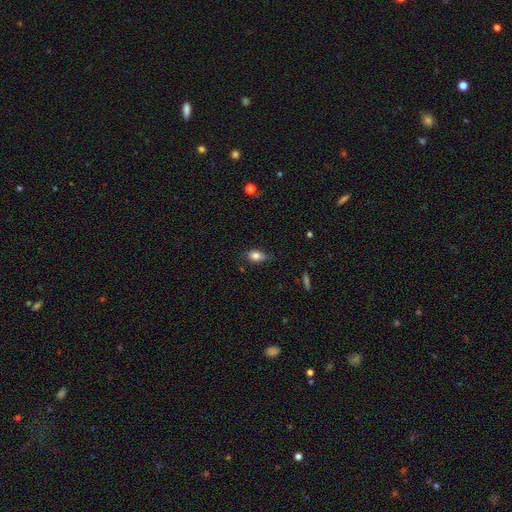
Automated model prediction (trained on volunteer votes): Smooth or featured: smooth — 81% (featured or disk — 10%)
How rounded: in between — 77% (round — 20%)
Merging: none — 61% (minor disturbance — 30%)